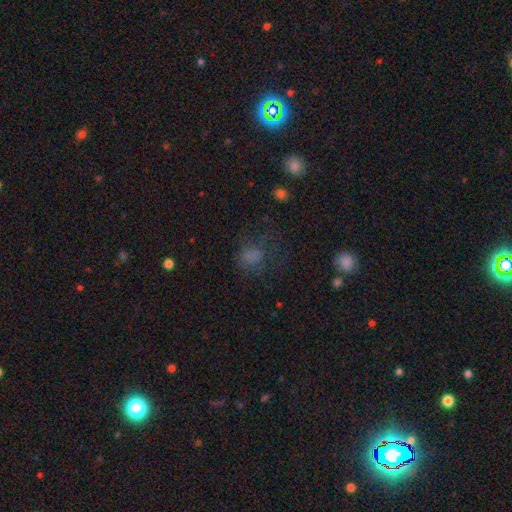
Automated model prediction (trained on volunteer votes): Smooth or featured? smooth (64%)
How rounded? round (62%)
Merging? none (54%)